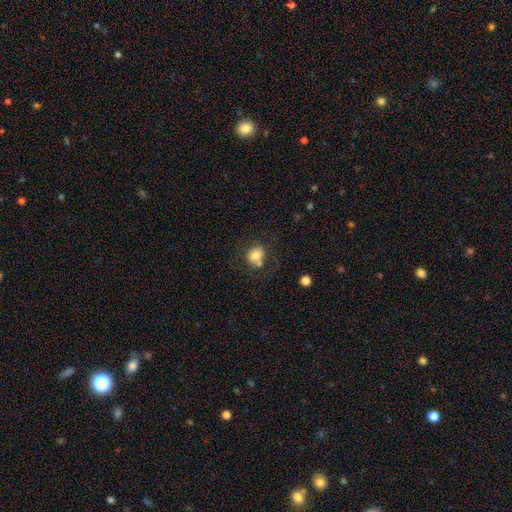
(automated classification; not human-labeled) Smooth or featured: smooth — 75% (featured or disk — 15%)
How rounded: round — 72% (in between — 28%)
Merging: none — 61% (merger — 17%)